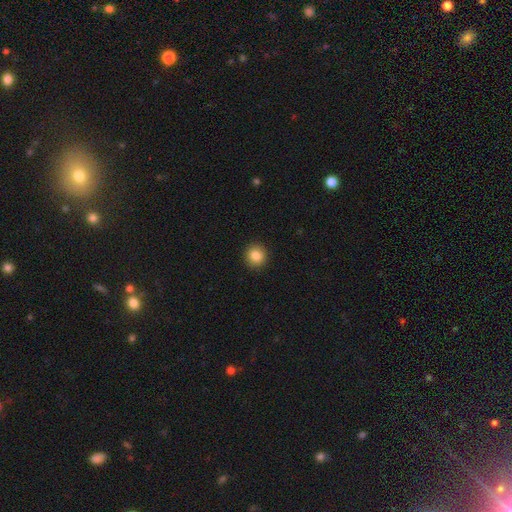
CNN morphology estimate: smooth 85%, star or artifact 10%, featured or disk 5%. Down the decision tree: how rounded — round (91%); merging — none (93%).